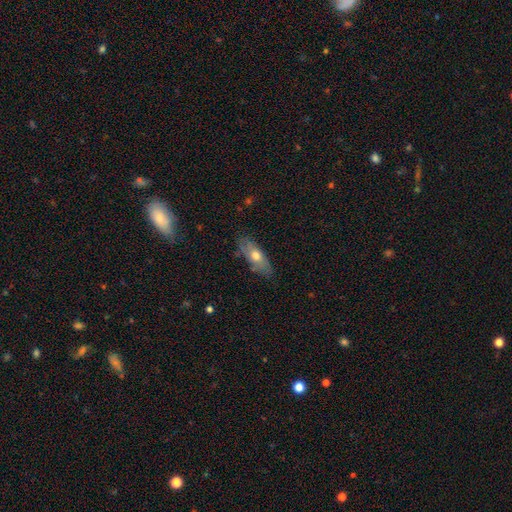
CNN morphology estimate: A smooth galaxy with no disk features (59%) that is in between round and cigar-shaped (72%).

Vote fractions:
- Smooth or featured? smooth: 59% / featured or disk: 35% / star or artifact: 6%
- How rounded? in between: 72% / cigar-shaped: 24% / round: 3%
- Merging? none: 75% / minor disturbance: 19% / major disturbance: 4% / merger: 2%